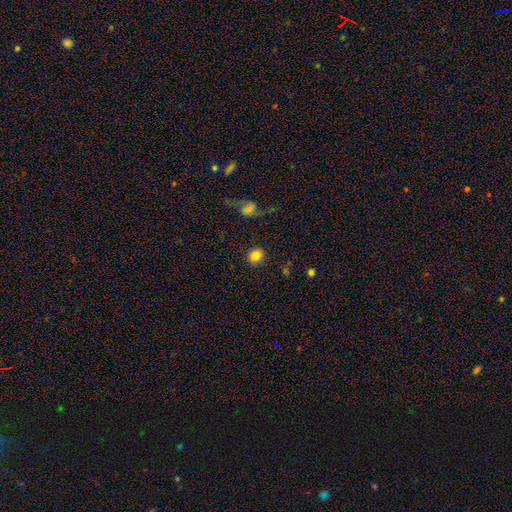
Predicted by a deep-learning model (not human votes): smooth 83%, star or artifact 11%, featured or disk 6%. Down the decision tree: how rounded — round (85%); merging — none (88%).